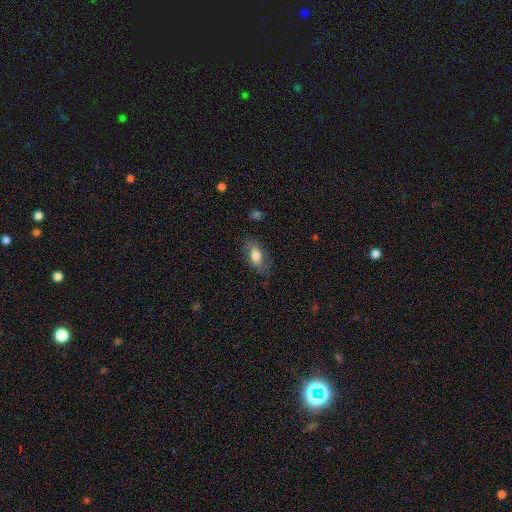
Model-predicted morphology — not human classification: type=smooth (69%); roundness=in between (87%); merging=none (74%).